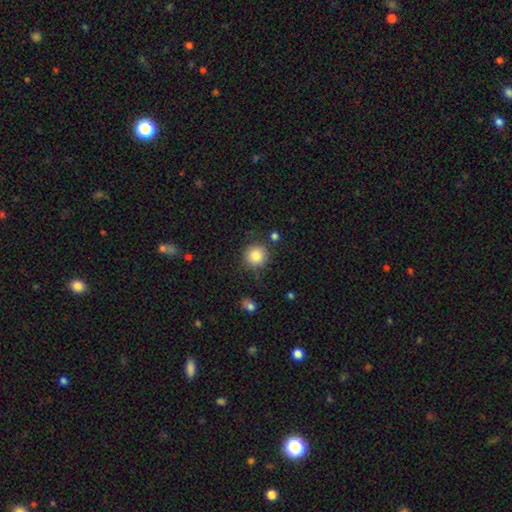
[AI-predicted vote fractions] Smooth or featured? Predicted: smooth (p=0.84). How rounded? Predicted: round (p=0.92). Merging? Predicted: none (p=0.83).